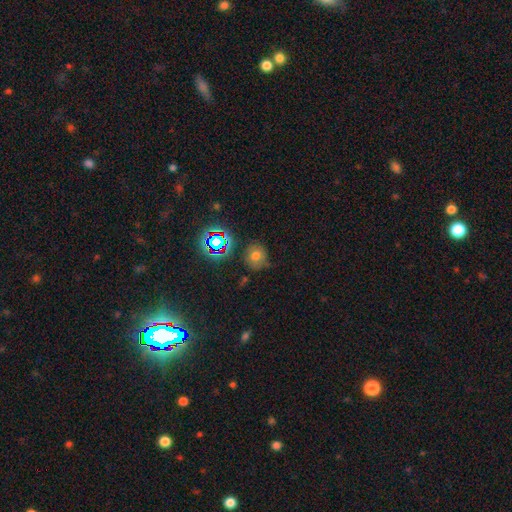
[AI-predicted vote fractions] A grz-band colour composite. It shows a smooth galaxy with no disk features (63%) that is round (80%). Merging: none (70%).